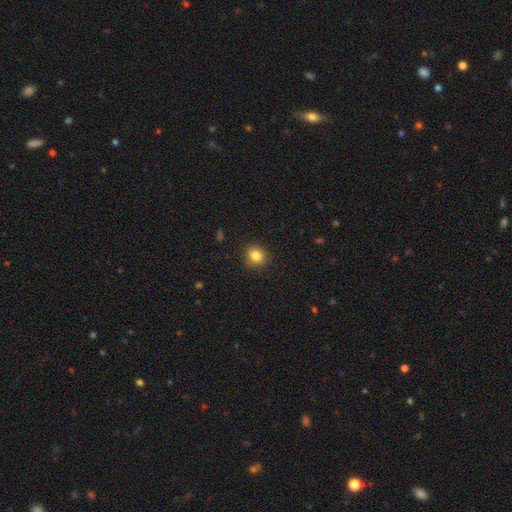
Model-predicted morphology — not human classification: This appears to be a smooth galaxy with no disk features (83%) that is round (87%). Merging: none (90%).